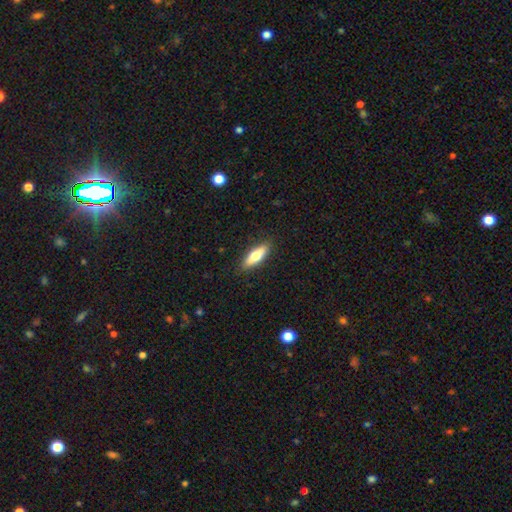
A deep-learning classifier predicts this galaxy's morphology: Smooth or featured? Predicted: smooth (p=0.68). How rounded? Predicted: in between (p=0.52). Merging? Predicted: none (p=0.88).